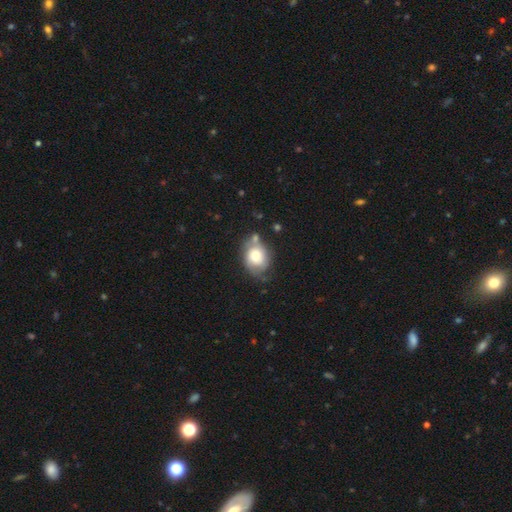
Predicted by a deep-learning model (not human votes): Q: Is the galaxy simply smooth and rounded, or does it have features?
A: smooth — 59%.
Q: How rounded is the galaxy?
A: round — 52%.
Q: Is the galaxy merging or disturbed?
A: none — 51%.